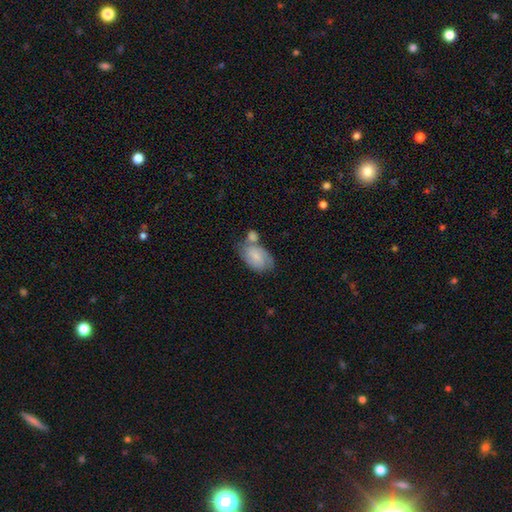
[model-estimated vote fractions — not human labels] Q: Smooth or featured?
A: smooth (52%); runner-up: featured or disk (41%)
Q: How rounded?
A: in between (88%); runner-up: round (10%)
Q: Merging?
A: none (37%); tied with: merger (37%)